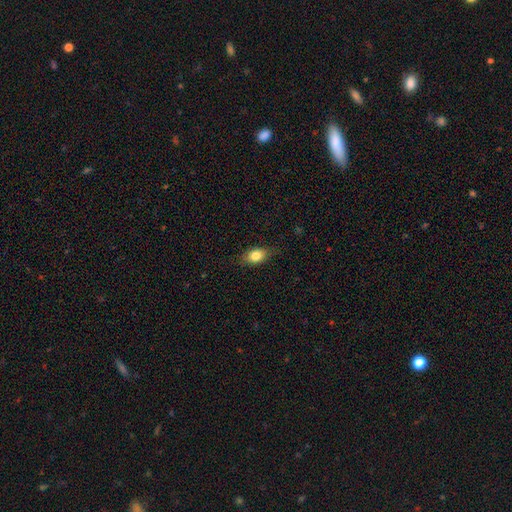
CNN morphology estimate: Smooth or featured: smooth — 81% (featured or disk — 11%)
How rounded: in between — 77% (round — 19%)
Merging: none — 80% (minor disturbance — 16%)